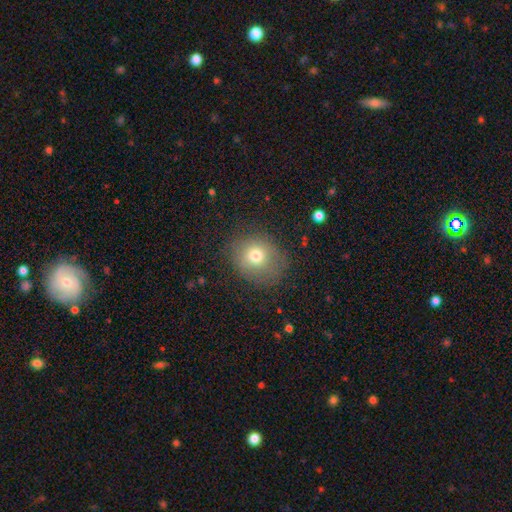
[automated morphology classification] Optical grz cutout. It shows a smooth galaxy with no disk features (73%) that is round (70%). Merging: none (74%).